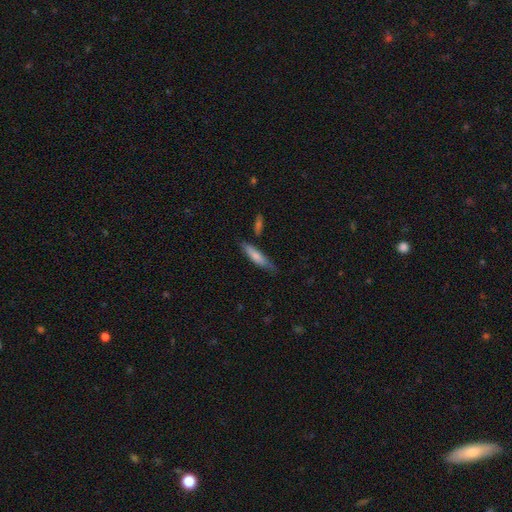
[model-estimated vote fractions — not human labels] This is likely a smooth galaxy (74%). How rounded: likely cigar-shaped (77%). Merging: likely none (72%).